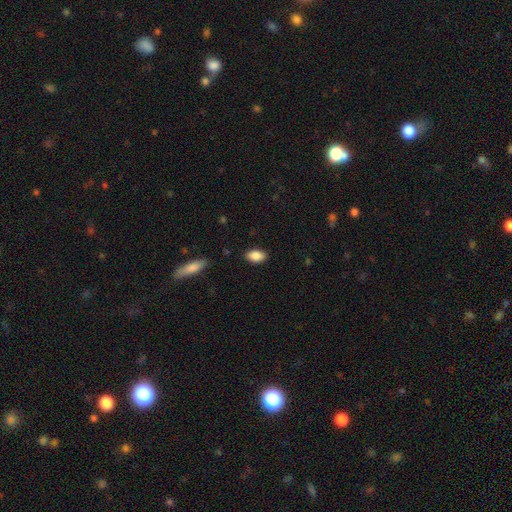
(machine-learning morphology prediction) Overall: smooth (87%). How rounded: in between (90%). Merging: none (87%).